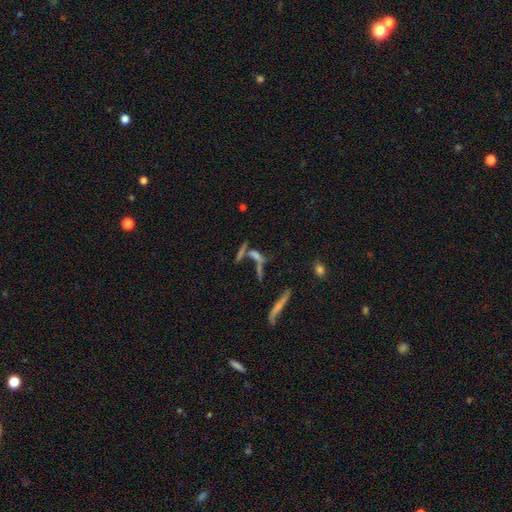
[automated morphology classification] type=featured or disk (46%); merging=merger (41%).